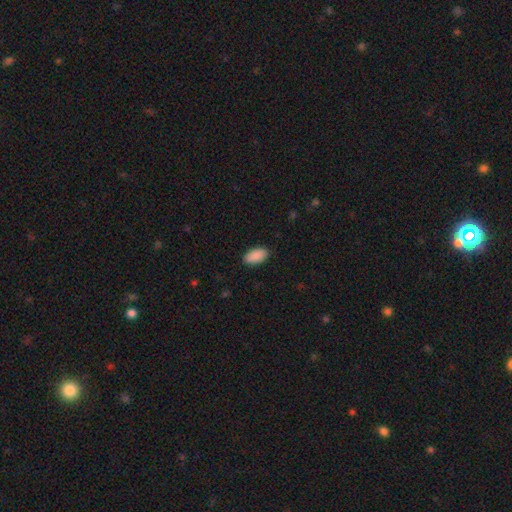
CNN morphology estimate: A smooth galaxy with no disk features (91%) that is in between round and cigar-shaped (95%).

Vote fractions:
- Smooth or featured? smooth: 91% / star or artifact: 6% / featured or disk: 3%
- How rounded? in between: 95% / cigar-shaped: 3% / round: 2%
- Merging? none: 89% / minor disturbance: 8% / major disturbance: 2% / merger: 1%